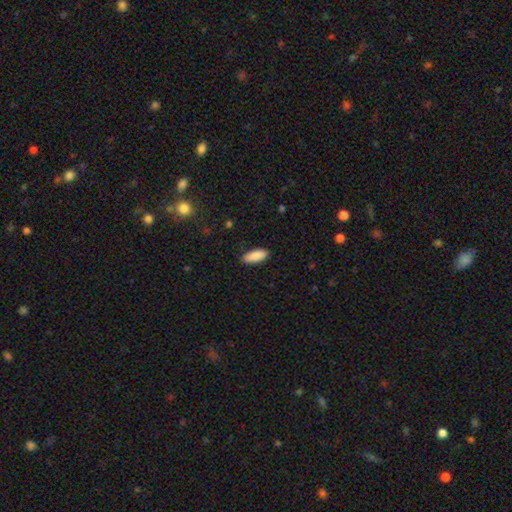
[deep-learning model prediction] smooth-or-featured: smooth: 89% | star or artifact: 6% | featured or disk: 5%
  how-rounded: in between: 81% | cigar-shaped: 18% | round: 2%
  merging: none: 87% | minor disturbance: 10% | major disturbance: 2% | merger: 1%